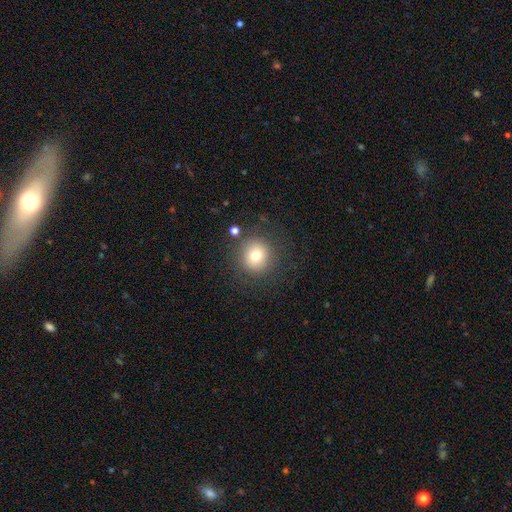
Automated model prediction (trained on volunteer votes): Smooth or featured: smooth — 74% (star or artifact — 13%)
How rounded: round — 92% (in between — 7%)
Merging: none — 84% (minor disturbance — 9%)